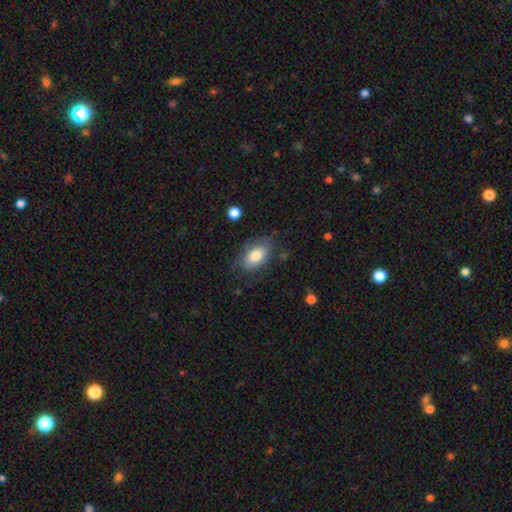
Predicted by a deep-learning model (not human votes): The model was most divided on "merging": none: 72%, minor disturbance: 20%, major disturbance: 7%, merger: 2%. More confident: how rounded — in between (90%); smooth or featured — smooth (78%).